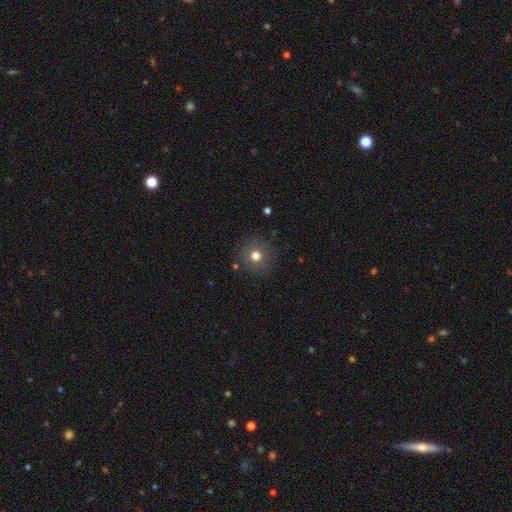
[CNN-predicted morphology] type=smooth (75%); roundness=round (92%); merging=none (87%).